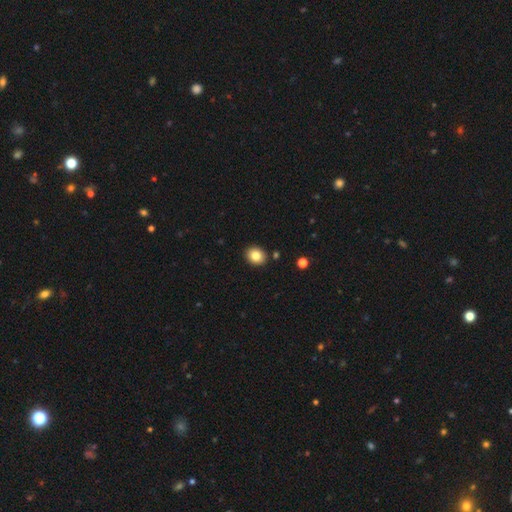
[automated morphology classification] smooth-or-featured: smooth: 83% | star or artifact: 10% | featured or disk: 7%
  how-rounded: round: 67% | in between: 32% | cigar-shaped: 1%
  merging: none: 89% | minor disturbance: 7% | merger: 2% | major disturbance: 2%